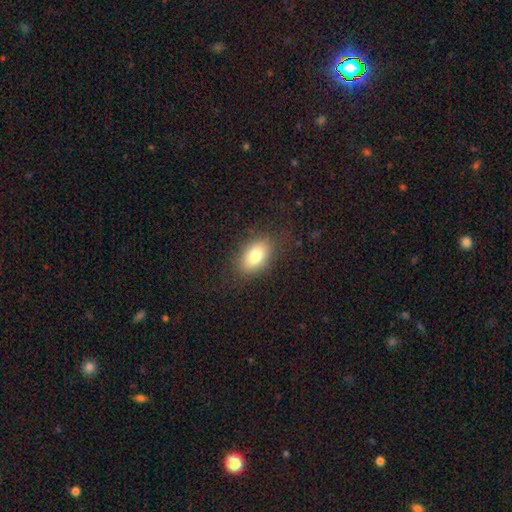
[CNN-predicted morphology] smooth_or_featured: smooth (p=0.79) [alt: featured or disk p=0.12]
how_rounded: in between (p=0.87) [alt: round p=0.11]
merging: none (p=0.82) [alt: minor disturbance p=0.13]